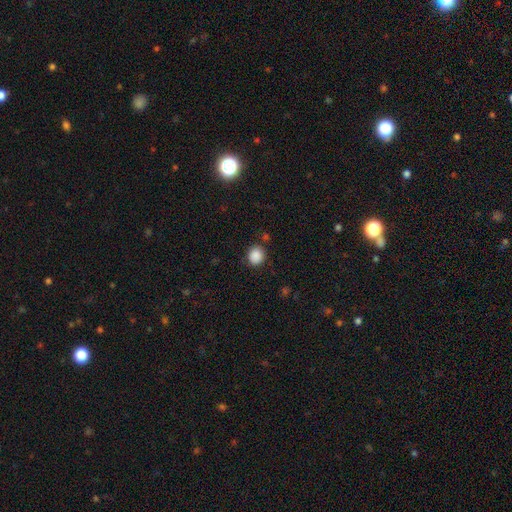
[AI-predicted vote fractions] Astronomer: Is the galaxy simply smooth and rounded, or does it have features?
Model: smooth — 88%.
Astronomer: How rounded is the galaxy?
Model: round — 74%.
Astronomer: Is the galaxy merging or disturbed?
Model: none — 82%.